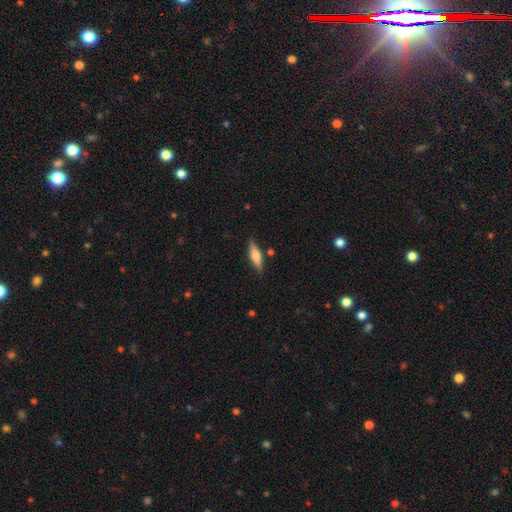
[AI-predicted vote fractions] smooth-or-featured: featured or disk: 48% | smooth: 46% | star or artifact: 6%
  merging: none: 84% | minor disturbance: 10% | merger: 3% | major disturbance: 2%